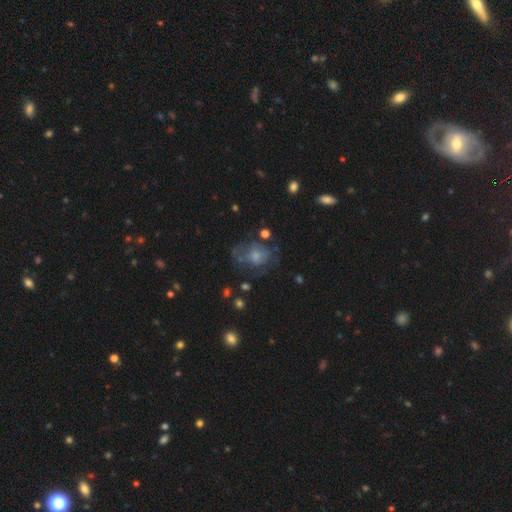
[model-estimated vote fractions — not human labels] This is marginally a smooth galaxy (44%). Merging: possibly none (47%).